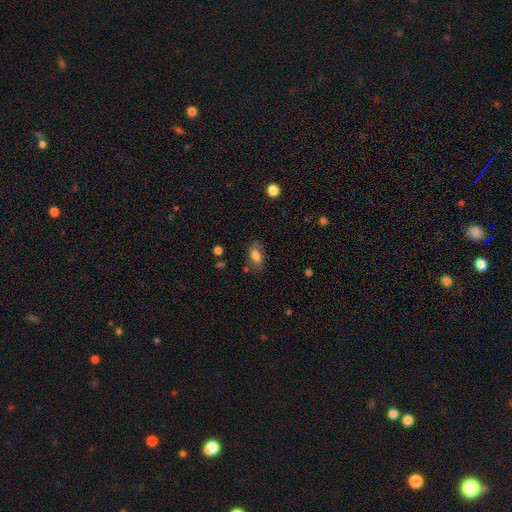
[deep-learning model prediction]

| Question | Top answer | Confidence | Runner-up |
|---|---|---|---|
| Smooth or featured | smooth | 73% | featured or disk (18%) |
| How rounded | in between | 88% | round (9%) |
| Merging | none | 71% | minor disturbance (20%) |